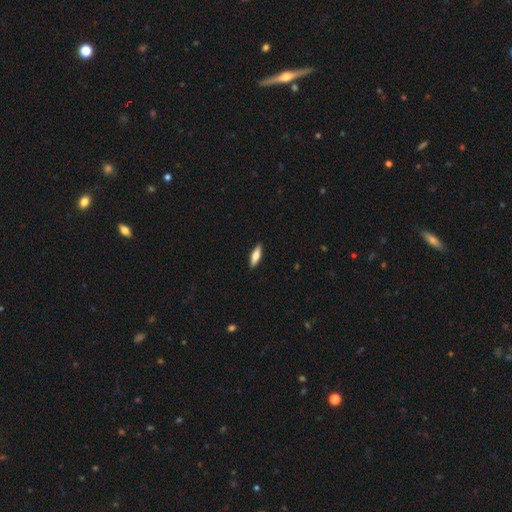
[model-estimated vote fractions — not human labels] Q: Smooth or featured?
A: smooth (71%); runner-up: featured or disk (23%)
Q: How rounded?
A: cigar-shaped (56%); runner-up: in between (41%)
Q: Merging?
A: none (89%); runner-up: minor disturbance (8%)